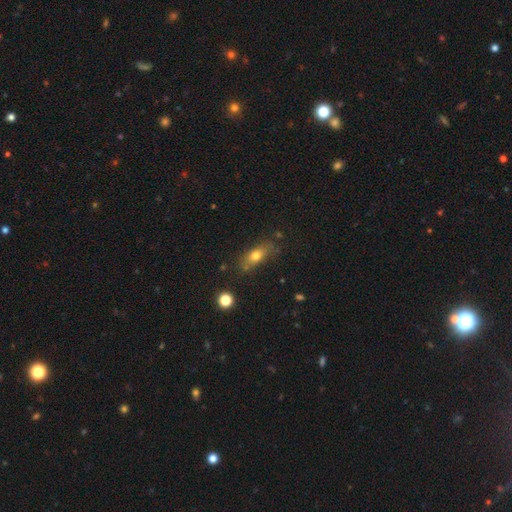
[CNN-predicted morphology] Smooth or featured?
  - smooth: 71% *
  - featured or disk: 18%
  - star or artifact: 10%
How rounded?
  - in between: 72% *
  - cigar-shaped: 19%
  - round: 9%
Merging?
  - none: 70% *
  - minor disturbance: 19%
  - major disturbance: 6%
  - merger: 5%